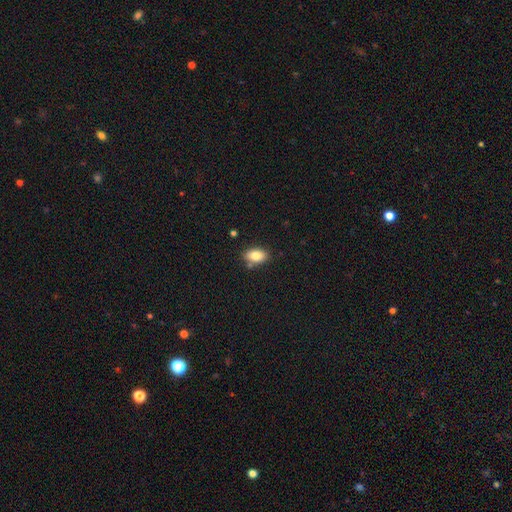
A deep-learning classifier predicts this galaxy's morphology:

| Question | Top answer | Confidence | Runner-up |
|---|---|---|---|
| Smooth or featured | smooth | 82% | featured or disk (10%) |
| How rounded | in between | 88% | round (10%) |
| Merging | none | 79% | minor disturbance (13%) |